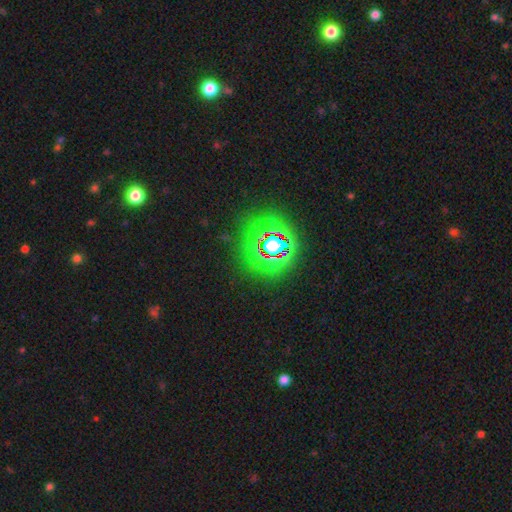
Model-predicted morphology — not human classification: The model was most divided on "smooth or featured": star or artifact: 82%, smooth: 11%, featured or disk: 7%.